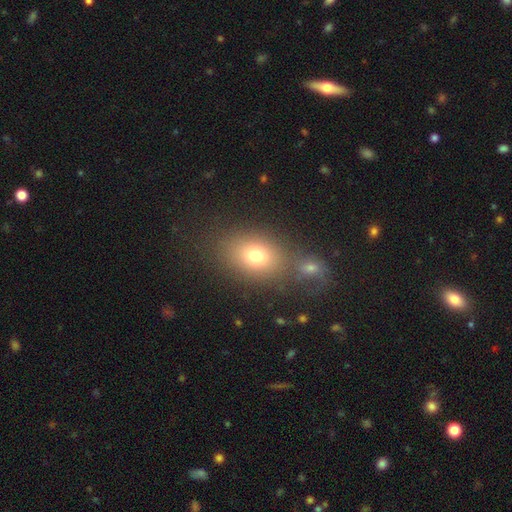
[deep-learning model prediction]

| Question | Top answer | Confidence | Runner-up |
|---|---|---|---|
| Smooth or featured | smooth | 73% | star or artifact (14%) |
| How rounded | in between | 61% | round (37%) |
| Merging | none | 58% | merger (26%) |